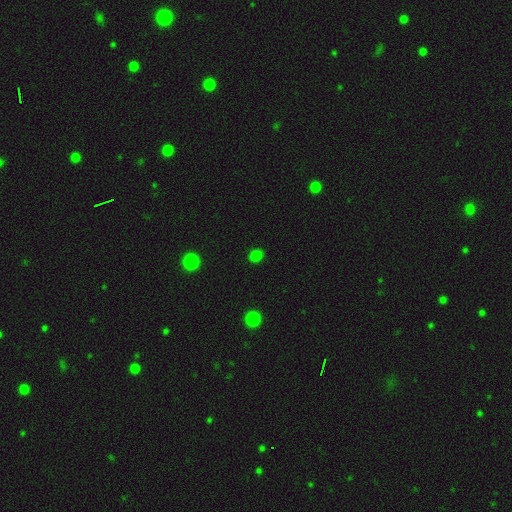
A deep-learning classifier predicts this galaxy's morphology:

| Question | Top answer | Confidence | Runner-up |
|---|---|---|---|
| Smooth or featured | smooth | 79% | star or artifact (18%) |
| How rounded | round | 69% | in between (30%) |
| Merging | none | 89% | minor disturbance (7%) |